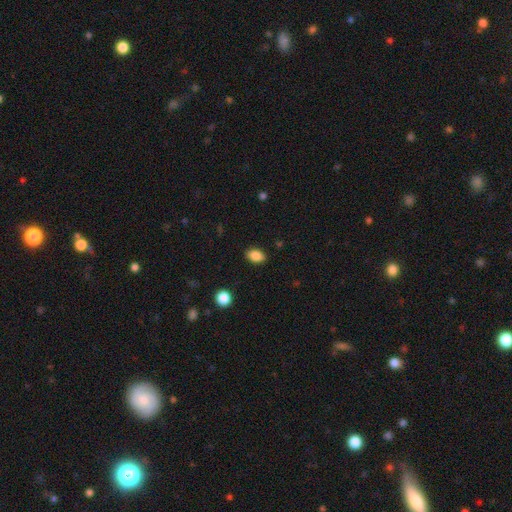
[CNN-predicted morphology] This is clearly a smooth galaxy (86%). How rounded: clearly in between (85%). Merging: clearly none (89%).